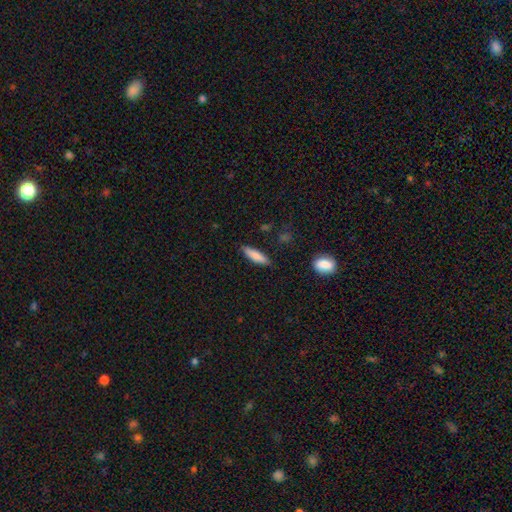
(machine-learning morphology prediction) This is clearly a smooth galaxy (83%). How rounded: likely cigar-shaped (64%). Merging: clearly none (86%).